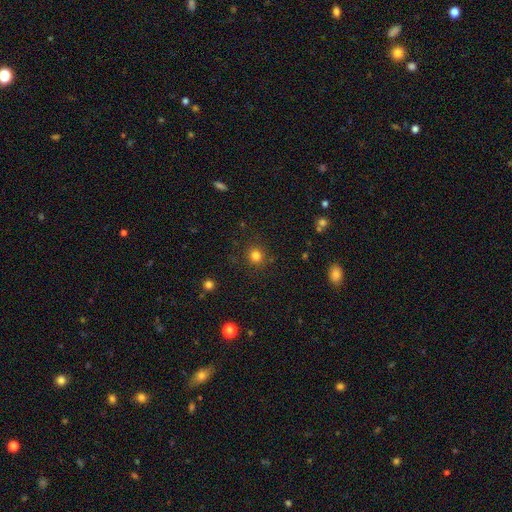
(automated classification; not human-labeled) The model was most divided on "smooth or featured": smooth: 81%, star or artifact: 14%, featured or disk: 5%. More confident: how rounded — round (91%); merging — none (87%).